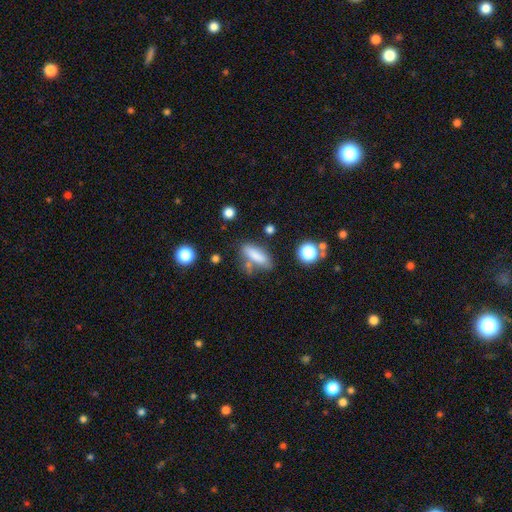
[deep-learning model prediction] The model was most divided on "how rounded": in between: 54%, cigar-shaped: 43%, round: 3%. More confident: smooth or featured — smooth (79%); merging — none (63%).